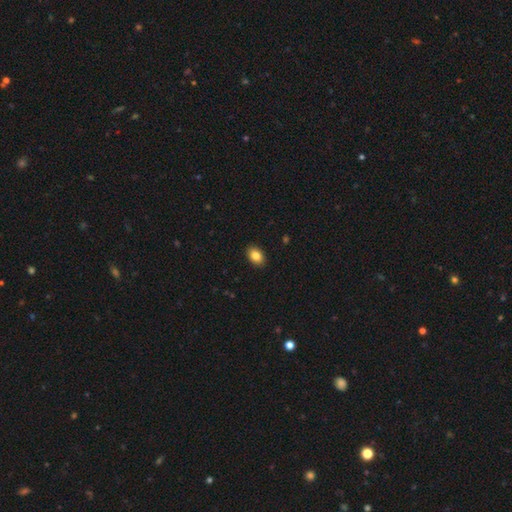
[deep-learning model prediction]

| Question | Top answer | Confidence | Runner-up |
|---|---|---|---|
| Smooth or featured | smooth | 85% | star or artifact (8%) |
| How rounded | in between | 81% | round (18%) |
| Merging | none | 91% | minor disturbance (7%) |